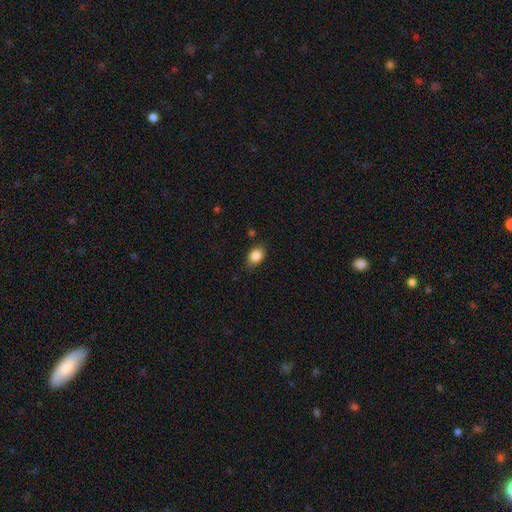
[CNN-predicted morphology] Overall: smooth (86%). How rounded: in between (76%). Merging: none (80%).